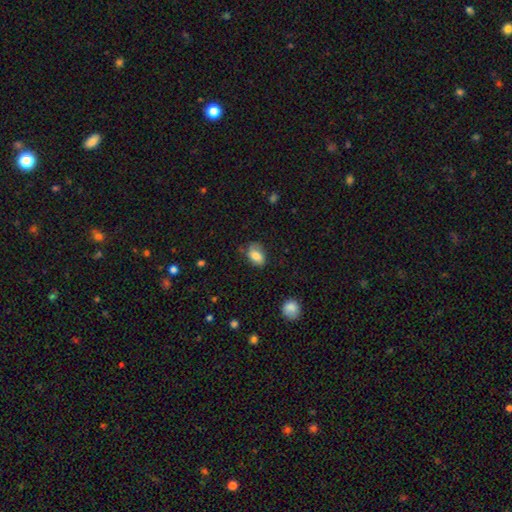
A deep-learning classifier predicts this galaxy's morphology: Smooth or featured?
  - smooth: 81% *
  - featured or disk: 11%
  - star or artifact: 8%
How rounded?
  - in between: 86% *
  - round: 12%
  - cigar-shaped: 2%
Merging?
  - none: 61% *
  - minor disturbance: 29%
  - major disturbance: 8%
  - merger: 2%